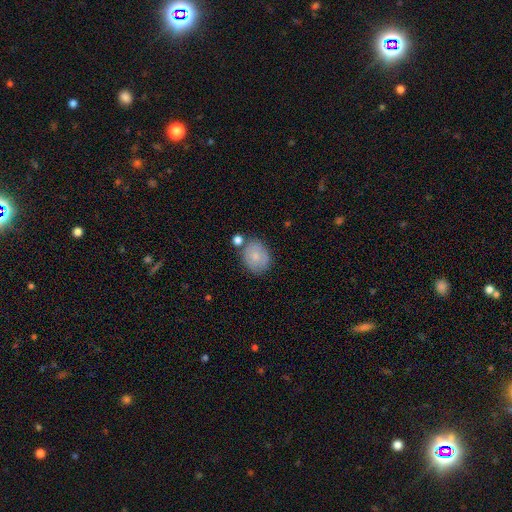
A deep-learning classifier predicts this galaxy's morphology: smooth-or-featured: smooth: 74% | featured or disk: 18% | star or artifact: 7%
  how-rounded: round: 55% | in between: 44% | cigar-shaped: 1%
  merging: none: 67% | minor disturbance: 17% | merger: 11% | major disturbance: 4%